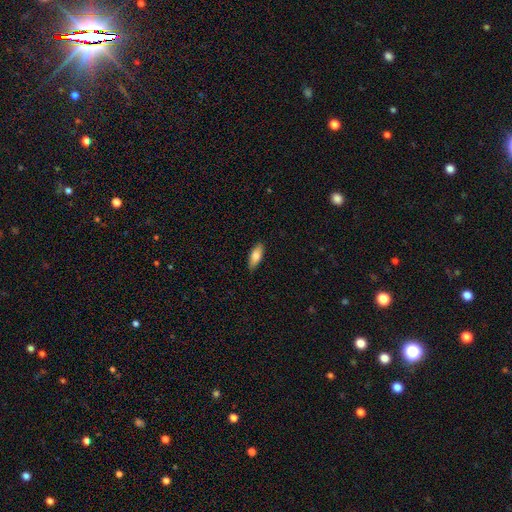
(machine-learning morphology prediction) This appears to be a smooth galaxy with no disk features (77%) that is in between round and cigar-shaped (75%). Merging: none (88%).